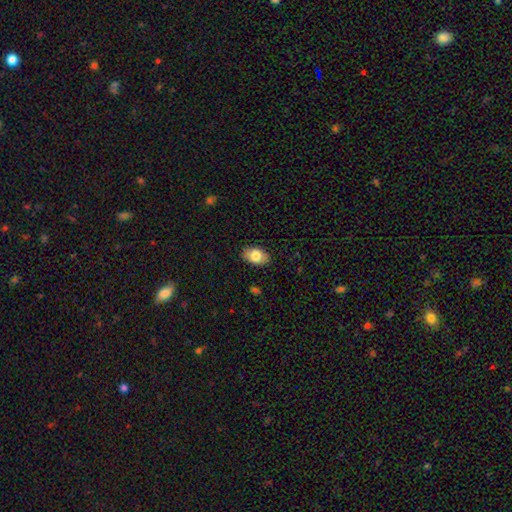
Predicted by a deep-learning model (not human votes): Morphology: type=smooth (82%); roundness=in between (90%); merging=none (87%).